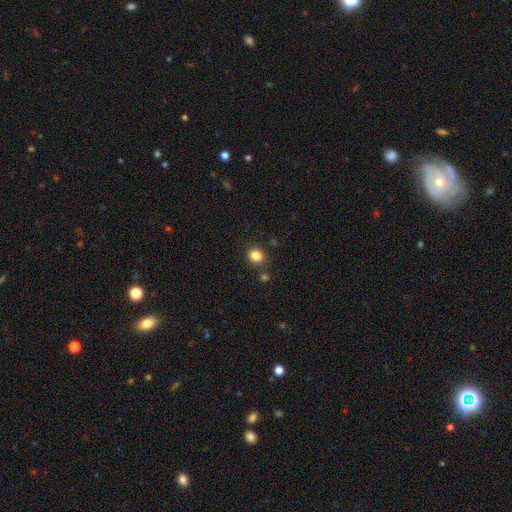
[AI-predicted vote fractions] smooth 84%, star or artifact 12%, featured or disk 5%. Down the decision tree: how rounded — round (73%); merging — none (84%).